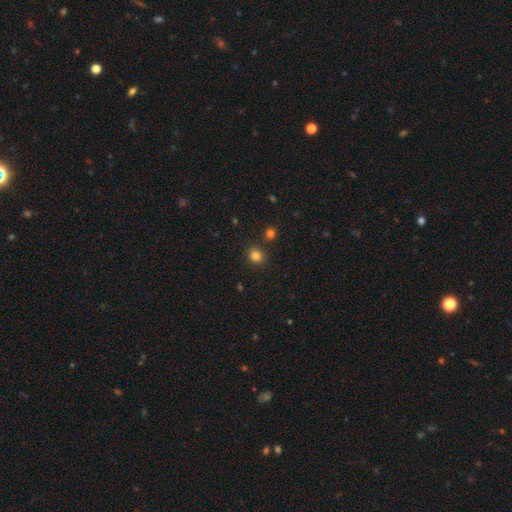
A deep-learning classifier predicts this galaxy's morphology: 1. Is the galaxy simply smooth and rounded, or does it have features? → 82% smooth, 13% star or artifact, 5% featured or disk.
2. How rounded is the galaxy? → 79% round, 20% in between, 1% cigar-shaped.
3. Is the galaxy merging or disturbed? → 85% none, 8% minor disturbance, 5% merger, 2% major disturbance.